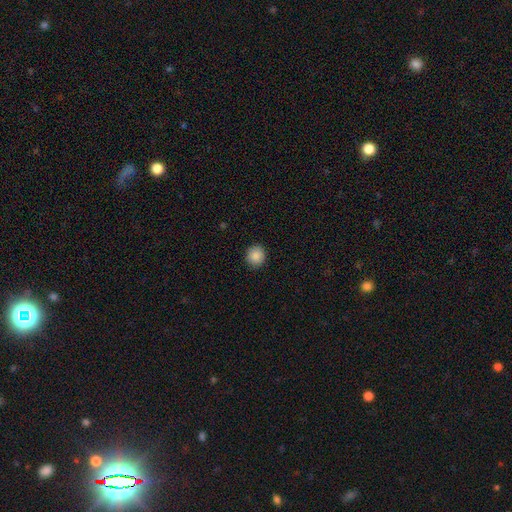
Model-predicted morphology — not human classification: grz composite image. It shows a smooth galaxy with no disk features (88%) that is round (91%). Merging: none (91%).